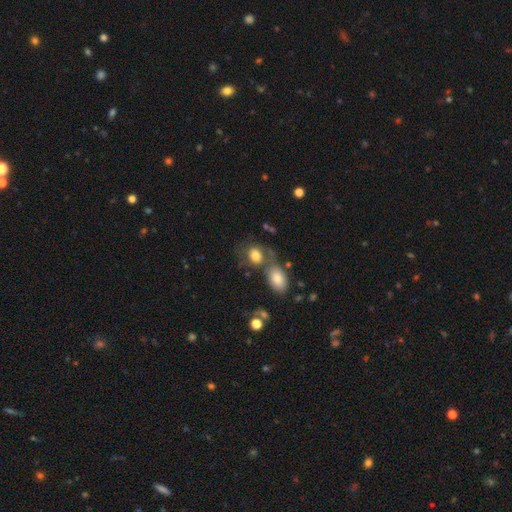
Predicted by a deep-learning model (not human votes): Smooth or featured?
  - smooth: 75% *
  - featured or disk: 16%
  - star or artifact: 9%
How rounded?
  - in between: 59% *
  - round: 39%
  - cigar-shaped: 2%
Merging?
  - none: 41% *
  - merger: 34%
  - minor disturbance: 15%
  - major disturbance: 10%